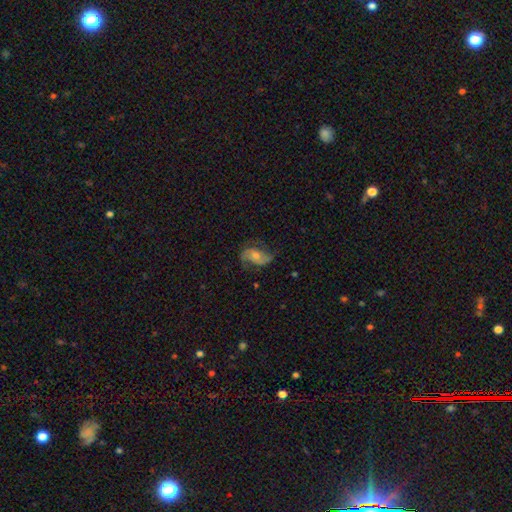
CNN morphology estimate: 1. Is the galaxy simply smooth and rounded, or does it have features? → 73% featured or disk, 18% smooth, 9% star or artifact.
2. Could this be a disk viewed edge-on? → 96% no, 4% yes.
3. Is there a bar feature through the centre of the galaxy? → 62% no, 29% weak, 9% strong.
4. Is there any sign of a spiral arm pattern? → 92% yes, 8% no.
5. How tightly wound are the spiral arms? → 43% loose, 41% medium, 16% tight.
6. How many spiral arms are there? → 84% 2, 7% can't tell, 4% 3, 3% 1, 1% 4, 1% more than 4.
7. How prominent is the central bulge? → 51% moderate, 41% small, 4% large, 3% none, 1% dominant.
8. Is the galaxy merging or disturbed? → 68% none, 20% minor disturbance, 11% major disturbance, 1% merger.